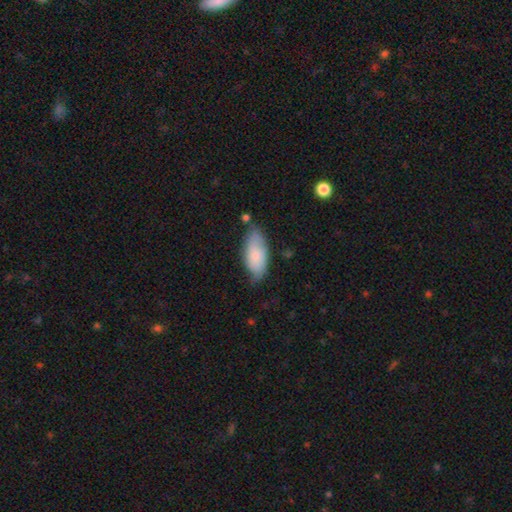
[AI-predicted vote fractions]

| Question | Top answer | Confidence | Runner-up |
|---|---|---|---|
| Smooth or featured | smooth | 78% | featured or disk (16%) |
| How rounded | in between | 89% | cigar-shaped (9%) |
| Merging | none | 61% | minor disturbance (30%) |